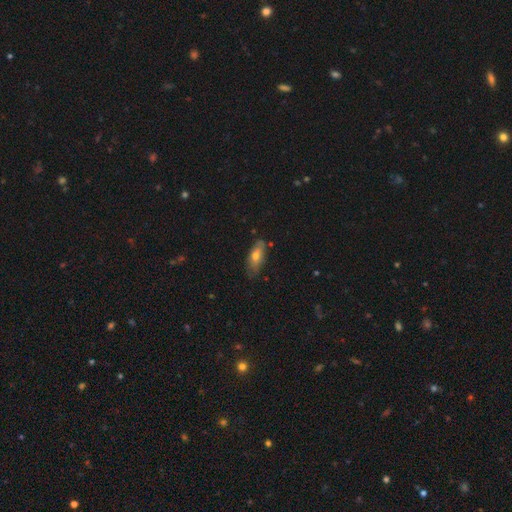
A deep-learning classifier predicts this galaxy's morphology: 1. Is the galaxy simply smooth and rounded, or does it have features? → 65% smooth, 28% featured or disk, 7% star or artifact.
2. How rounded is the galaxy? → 77% in between, 20% cigar-shaped, 4% round.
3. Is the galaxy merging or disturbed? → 71% none, 22% minor disturbance, 4% major disturbance, 2% merger.